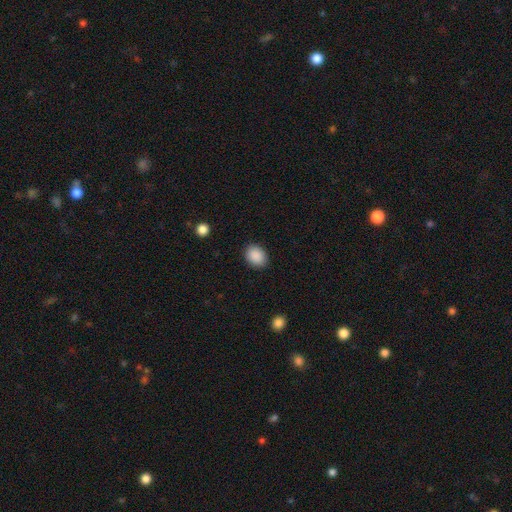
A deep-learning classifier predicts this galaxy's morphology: Smooth or featured?
  - smooth: 90% *
  - star or artifact: 8%
  - featured or disk: 3%
How rounded?
  - in between: 61% *
  - round: 38%
  - cigar-shaped: 1%
Merging?
  - none: 88% *
  - minor disturbance: 9%
  - major disturbance: 3%
  - merger: 1%